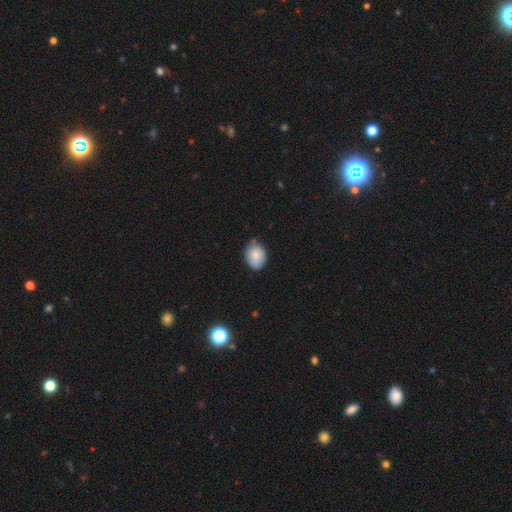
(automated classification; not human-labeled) smooth 85%, featured or disk 7%, star or artifact 7%. Down the decision tree: how rounded — in between (68%); merging — none (70%).